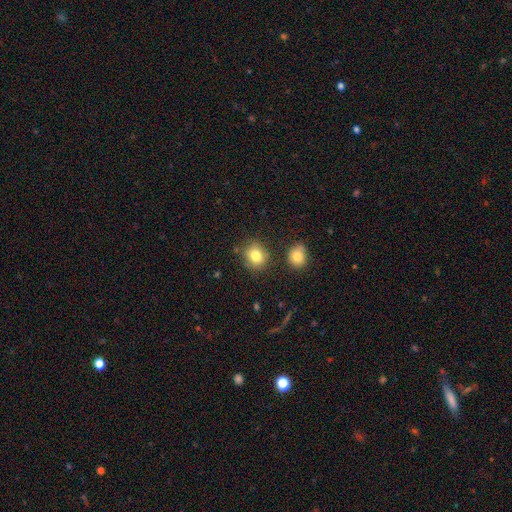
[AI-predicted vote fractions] A smooth galaxy with no disk features (82%) that is round (68%). Merging: none (77%).